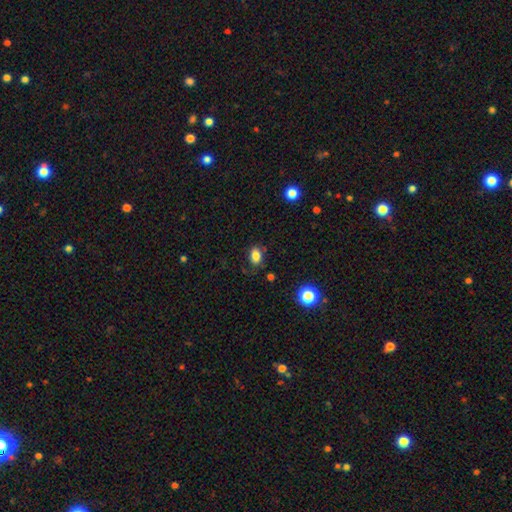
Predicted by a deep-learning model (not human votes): The model was most divided on "how rounded": in between: 77%, round: 21%, cigar-shaped: 1%. More confident: smooth or featured — smooth (83%); merging — none (79%).